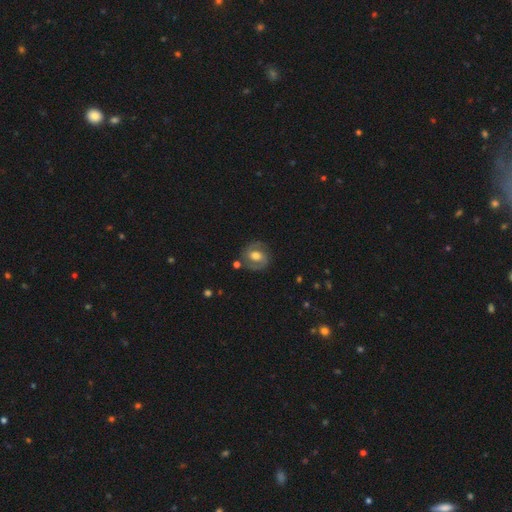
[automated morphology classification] This appears to be a featured or disk galaxy (69%) with a weak bar (44%), 2 (87%) medium (49%) spiral arms (86%) and a moderate central bulge (66%). Merging: none (80%).